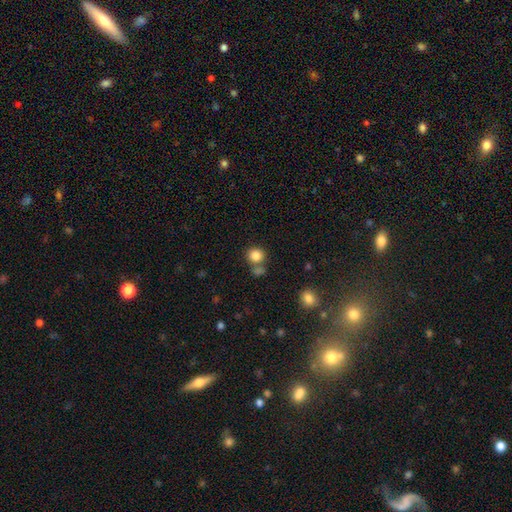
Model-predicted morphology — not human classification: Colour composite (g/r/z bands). It shows a smooth galaxy with no disk features (84%) that is round (86%). Merging: none (66%).